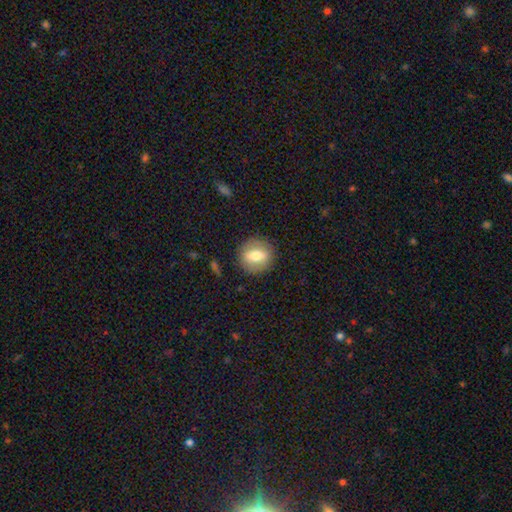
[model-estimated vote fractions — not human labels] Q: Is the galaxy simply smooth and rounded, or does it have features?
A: smooth — 62%.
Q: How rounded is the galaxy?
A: round — 79%.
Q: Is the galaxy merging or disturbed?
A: none — 87%.